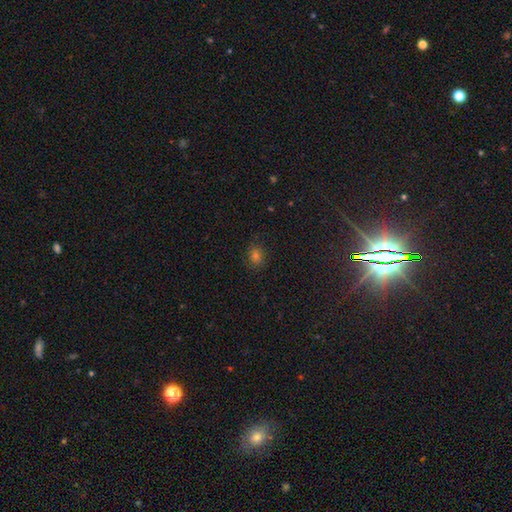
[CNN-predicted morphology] This is likely a smooth galaxy (66%). How rounded: possibly round (60%). Merging: clearly none (84%).